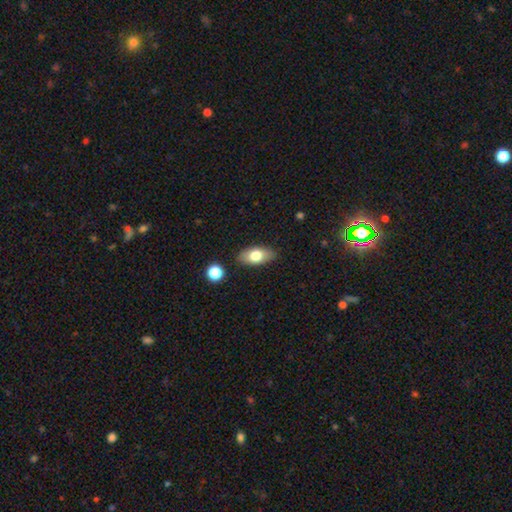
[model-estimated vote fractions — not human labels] Smooth or featured: smooth — 74% (featured or disk — 19%)
How rounded: in between — 88% (cigar-shaped — 6%)
Merging: none — 85% (minor disturbance — 11%)